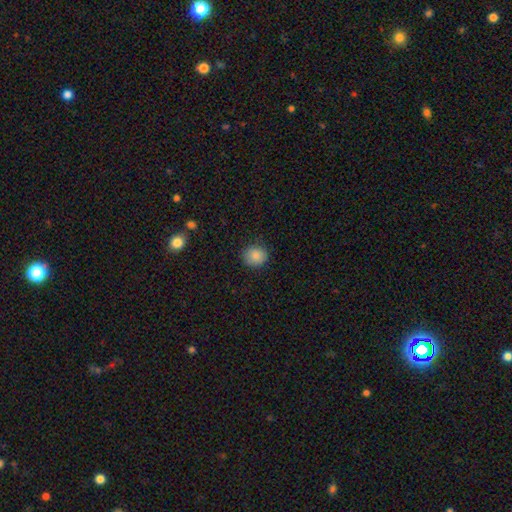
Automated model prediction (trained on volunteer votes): This is clearly a smooth galaxy (85%). How rounded: clearly round (84%). Merging: clearly none (86%).